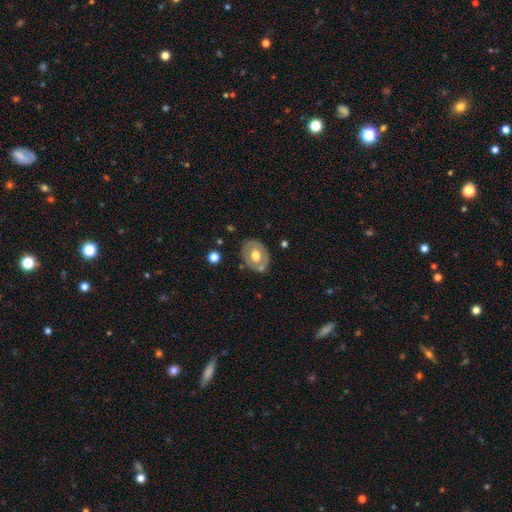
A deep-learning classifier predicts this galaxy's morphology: type=smooth (48%); merging=none (75%).